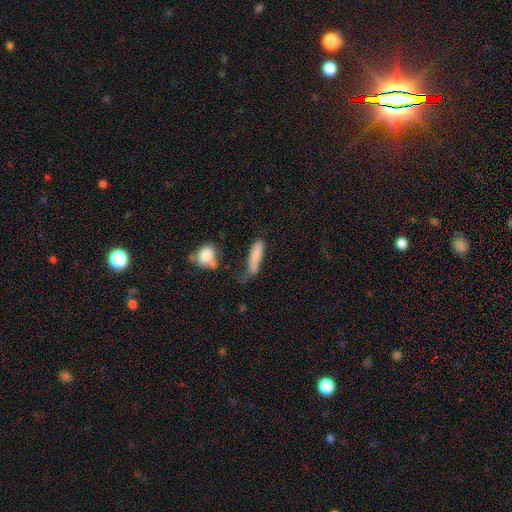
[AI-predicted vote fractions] A smooth galaxy with no disk features (79%) that is cigar-shaped (72%). Merging: none (47%).